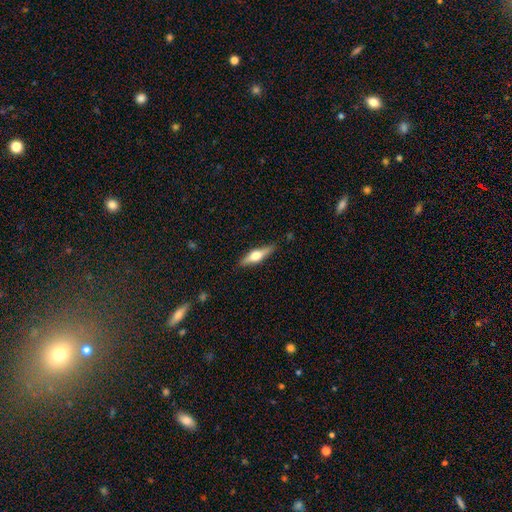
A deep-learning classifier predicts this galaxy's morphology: Smooth or featured? featured or disk (58%)
Edge-on disk? yes (96%)
Edge-on bulge? rounded (93%)
Merging? none (87%)